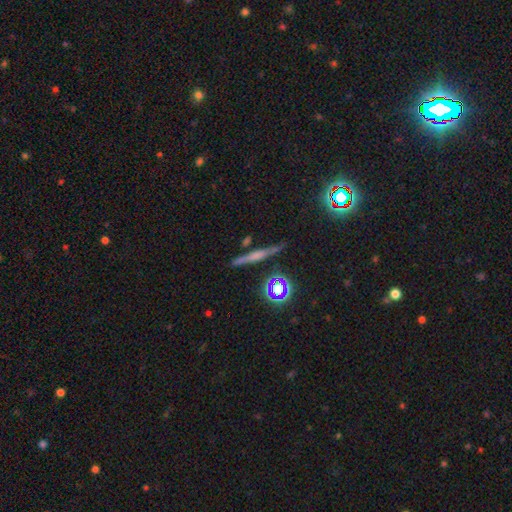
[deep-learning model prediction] Smooth or featured? featured or disk (47%)
Merging? none (83%)